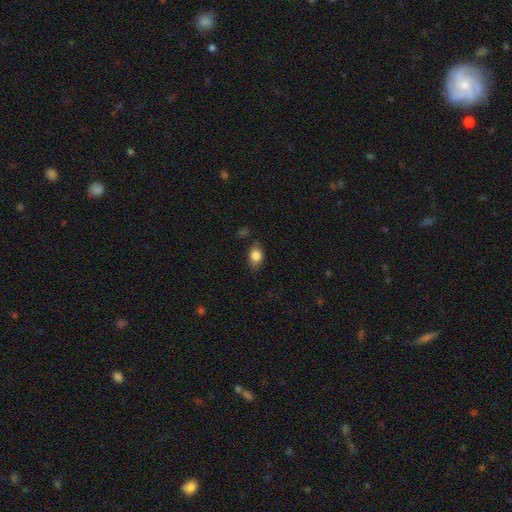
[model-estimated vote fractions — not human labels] Smooth or featured? Predicted: smooth (p=0.80). How rounded? Predicted: in between (p=0.73). Merging? Predicted: none (p=0.74).